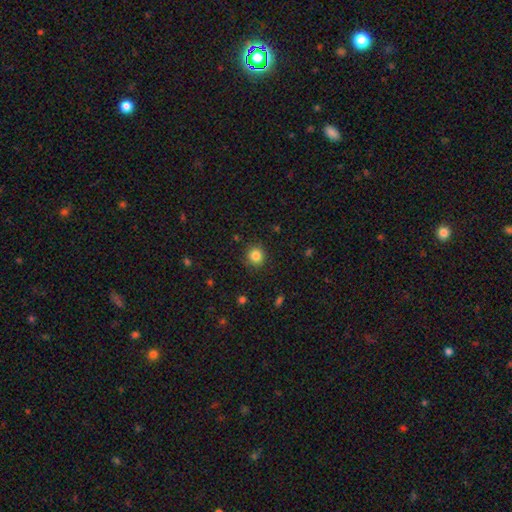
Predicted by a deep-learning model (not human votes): Q: Smooth or featured?
A: smooth (84%); runner-up: star or artifact (11%)
Q: How rounded?
A: round (92%); runner-up: in between (7%)
Q: Merging?
A: none (90%); runner-up: minor disturbance (7%)